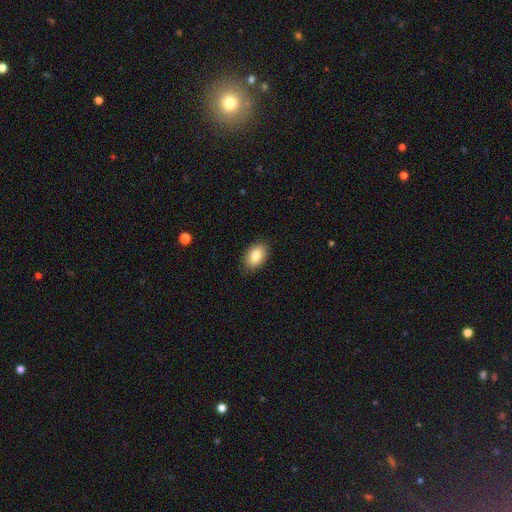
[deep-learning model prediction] The model was most divided on "smooth or featured": smooth: 84%, featured or disk: 9%, star or artifact: 7%. More confident: how rounded — in between (89%); merging — none (87%).